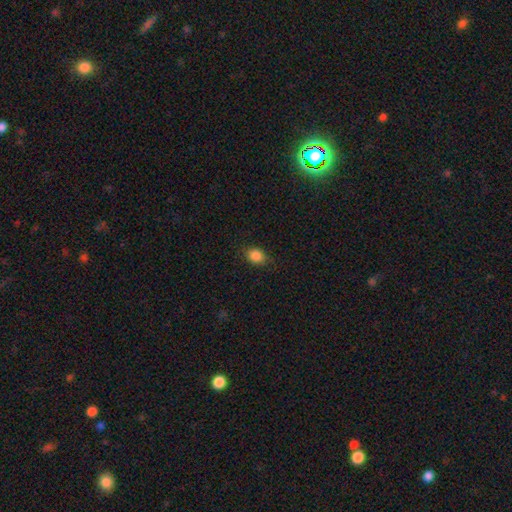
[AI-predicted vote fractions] Smooth or featured?
  - smooth: 86% *
  - star or artifact: 10%
  - featured or disk: 4%
How rounded?
  - round: 56% *
  - in between: 42%
  - cigar-shaped: 1%
Merging?
  - none: 82% *
  - minor disturbance: 14%
  - major disturbance: 4%
  - merger: 1%